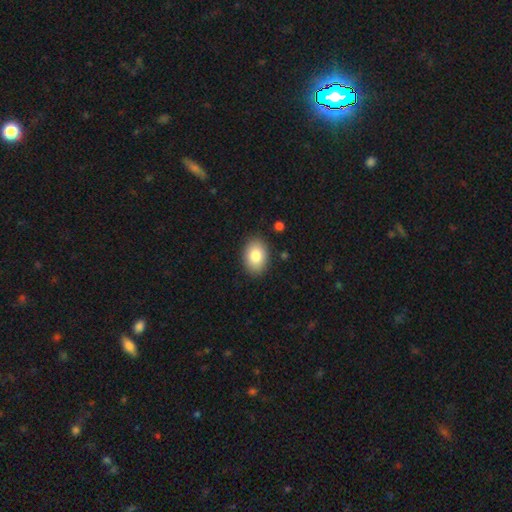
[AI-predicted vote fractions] smooth 83%, featured or disk 9%, star or artifact 7%. Down the decision tree: how rounded — in between (80%); merging — none (88%).